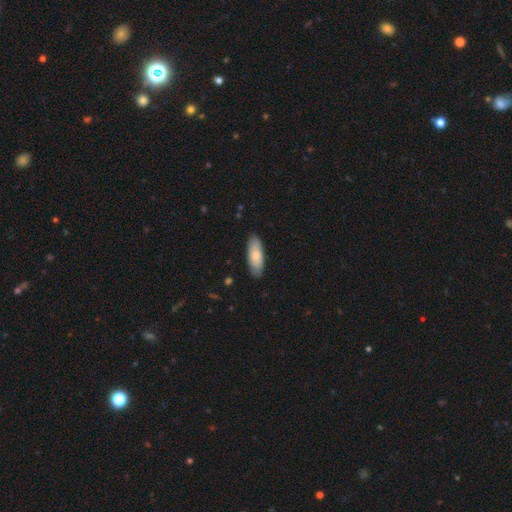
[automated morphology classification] smooth 80%, featured or disk 15%, star or artifact 5%. Down the decision tree: how rounded — in between (72%); merging — none (85%).